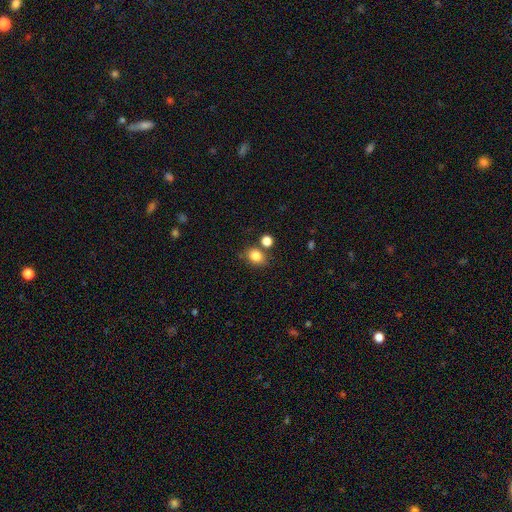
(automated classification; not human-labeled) This appears to be a smooth galaxy with no disk features (83%) that is round (53%). Merging: none (69%).